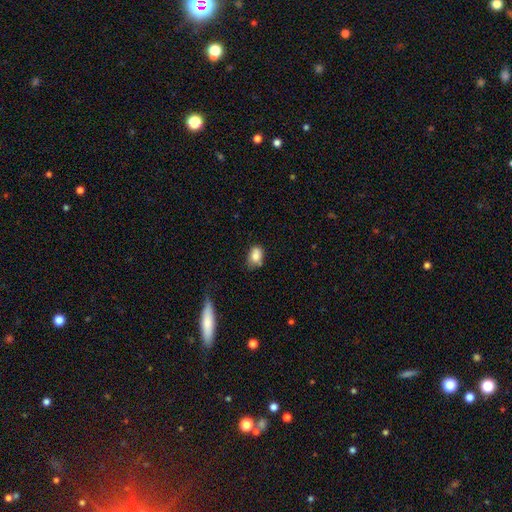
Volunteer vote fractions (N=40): Smooth or featured? 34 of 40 (85%) said smooth. How rounded? 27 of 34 (79%) said in between. Merging? 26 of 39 (67%) said none.